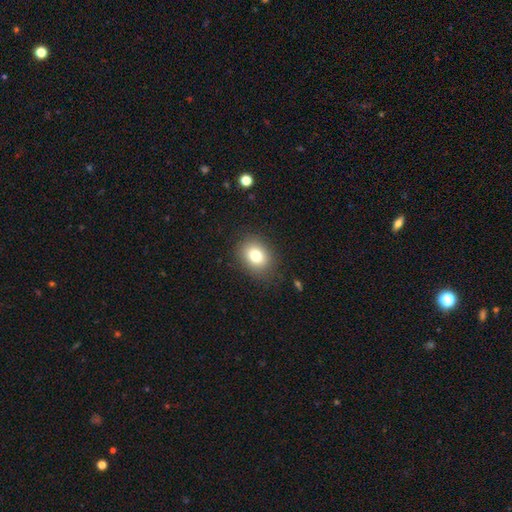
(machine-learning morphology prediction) A smooth galaxy with no disk features (79%) that is in between round and cigar-shaped (54%).

Vote fractions:
- Smooth or featured? smooth: 79% / star or artifact: 11% / featured or disk: 11%
- How rounded? in between: 54% / round: 45% / cigar-shaped: 1%
- Merging? none: 84% / minor disturbance: 11% / major disturbance: 4% / merger: 1%